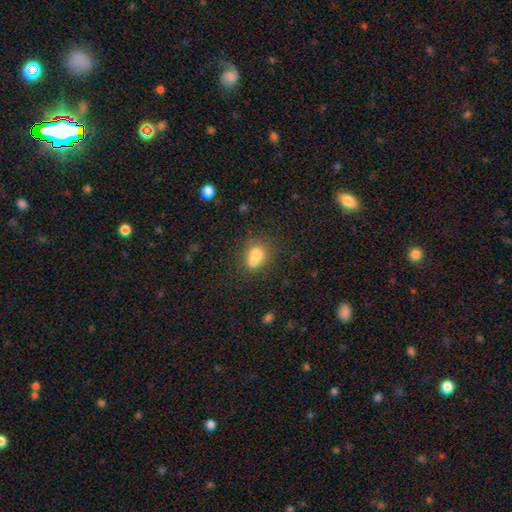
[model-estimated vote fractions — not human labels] Smooth or featured?
  - smooth: 72% *
  - featured or disk: 16%
  - star or artifact: 12%
How rounded?
  - round: 57% *
  - in between: 41%
  - cigar-shaped: 2%
Merging?
  - merger: 48% *
  - none: 33%
  - minor disturbance: 12%
  - major disturbance: 6%